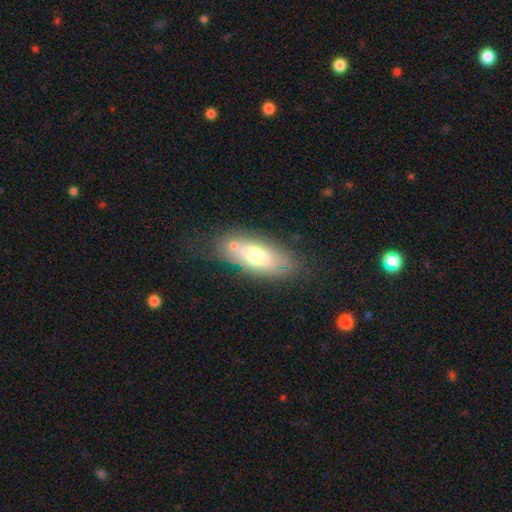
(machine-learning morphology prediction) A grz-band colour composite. It shows a smooth galaxy with no disk features (63%) that is in between round and cigar-shaped (79%). Merging: none (67%).